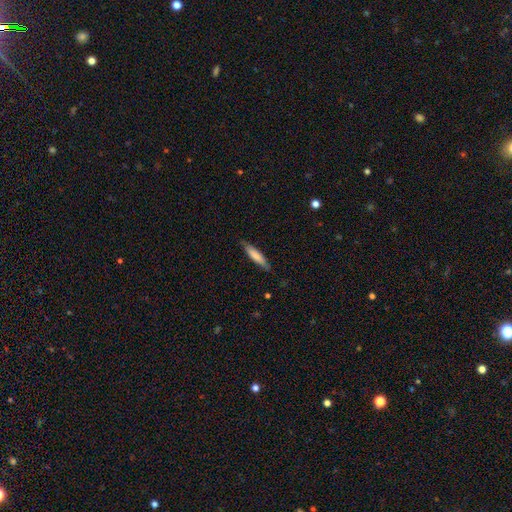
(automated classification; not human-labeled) Q: Smooth or featured?
A: smooth (74%); runner-up: featured or disk (21%)
Q: How rounded?
A: cigar-shaped (84%); runner-up: in between (15%)
Q: Merging?
A: none (81%); runner-up: minor disturbance (15%)